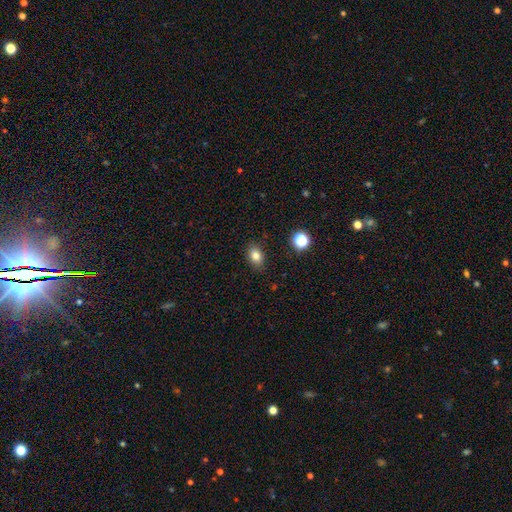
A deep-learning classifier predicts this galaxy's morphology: type=smooth (82%); roundness=in between (69%); merging=none (86%).